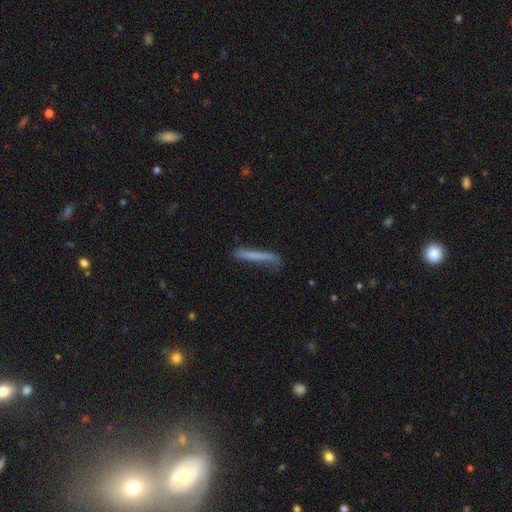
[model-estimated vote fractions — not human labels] Q: Smooth or featured?
A: smooth (67%); runner-up: featured or disk (26%)
Q: How rounded?
A: cigar-shaped (95%); runner-up: in between (4%)
Q: Merging?
A: none (69%); runner-up: minor disturbance (22%)